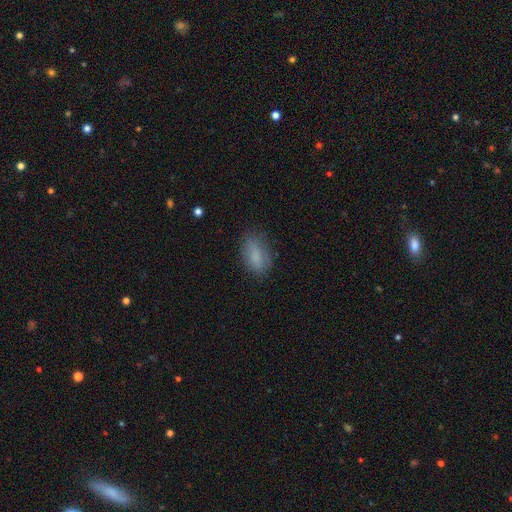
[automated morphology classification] smooth-or-featured: smooth: 82% | featured or disk: 9% | star or artifact: 8%
  how-rounded: in between: 89% | cigar-shaped: 6% | round: 5%
  merging: none: 73% | minor disturbance: 20% | major disturbance: 6% | merger: 1%